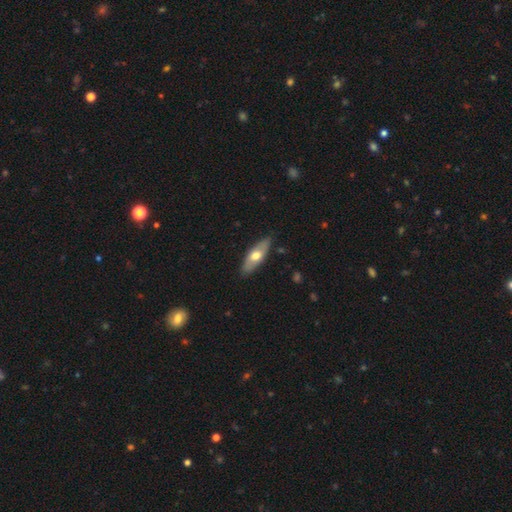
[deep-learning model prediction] Morphology: type=smooth (56%); roundness=in between (67%); merging=none (84%).